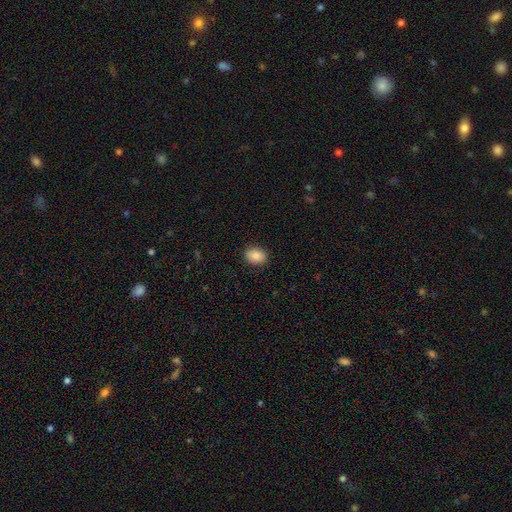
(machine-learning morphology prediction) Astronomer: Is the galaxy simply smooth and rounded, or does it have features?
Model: smooth — 85%.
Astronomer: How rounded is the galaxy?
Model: in between — 65%.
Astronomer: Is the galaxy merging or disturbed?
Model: none — 89%.